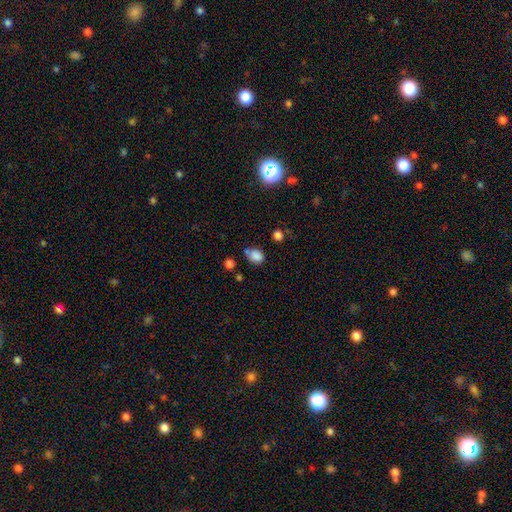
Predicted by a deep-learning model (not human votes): Q: Smooth or featured?
A: smooth (82%); runner-up: star or artifact (12%)
Q: How rounded?
A: round (50%); runner-up: in between (49%)
Q: Merging?
A: none (58%); runner-up: minor disturbance (24%)